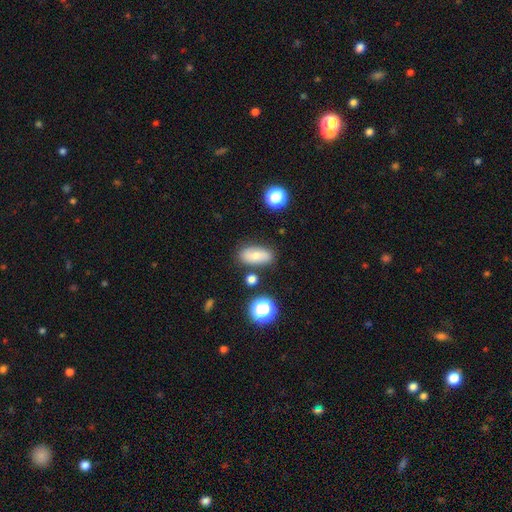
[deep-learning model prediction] Morphology: type=smooth (67%); roundness=in between (82%); merging=none (79%).